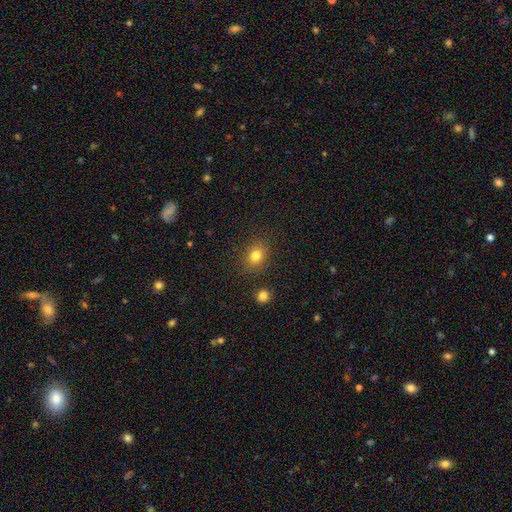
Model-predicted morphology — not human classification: Q: Smooth or featured?
A: smooth (81%); runner-up: star or artifact (12%)
Q: How rounded?
A: round (54%); runner-up: in between (45%)
Q: Merging?
A: none (85%); runner-up: minor disturbance (10%)